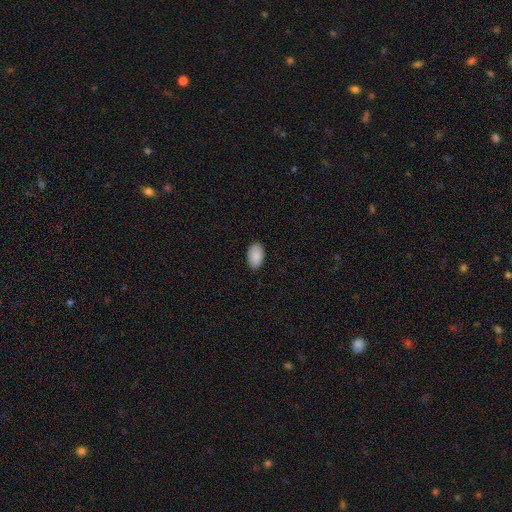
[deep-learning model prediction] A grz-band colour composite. It shows a smooth galaxy with no disk features (90%) that is in between round and cigar-shaped (94%). Merging: none (89%).